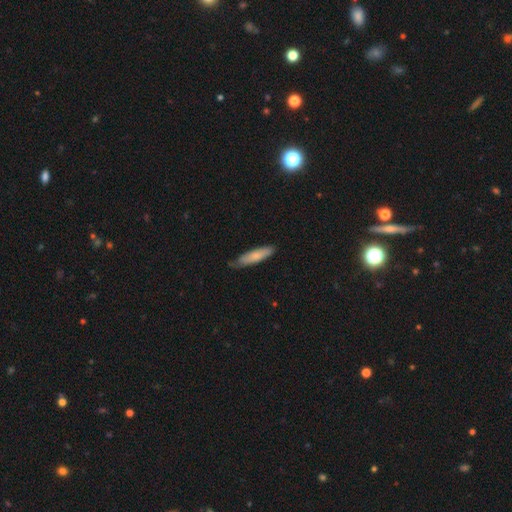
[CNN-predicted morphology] This is likely a smooth galaxy (73%). How rounded: likely cigar-shaped (74%). Merging: likely none (71%).